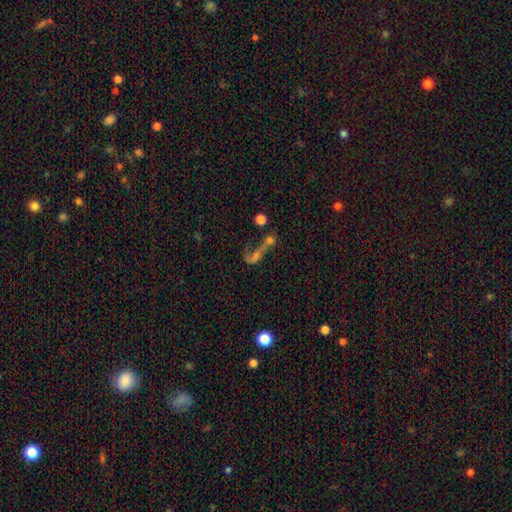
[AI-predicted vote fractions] featured or disk 48%, smooth 30%, star or artifact 22%. Down the decision tree: merging — merger (40%).